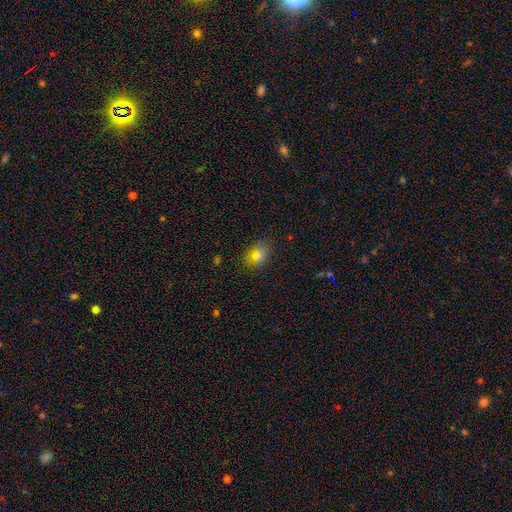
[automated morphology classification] type=smooth (70%); roundness=in between (69%); merging=none (79%).